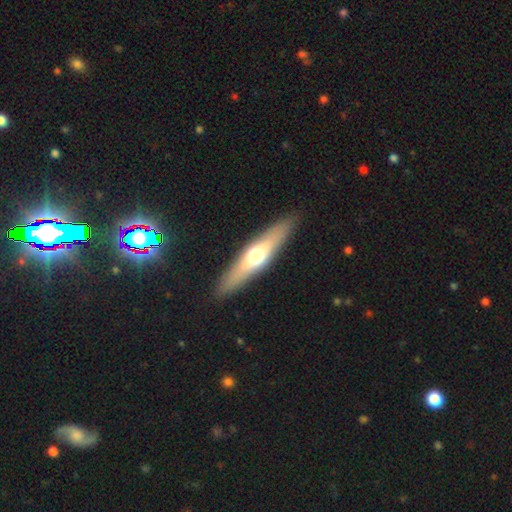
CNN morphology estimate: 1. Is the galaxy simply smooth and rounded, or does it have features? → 48% featured or disk, 46% smooth, 6% star or artifact.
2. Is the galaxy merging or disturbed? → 89% none, 7% minor disturbance, 2% major disturbance, 1% merger.